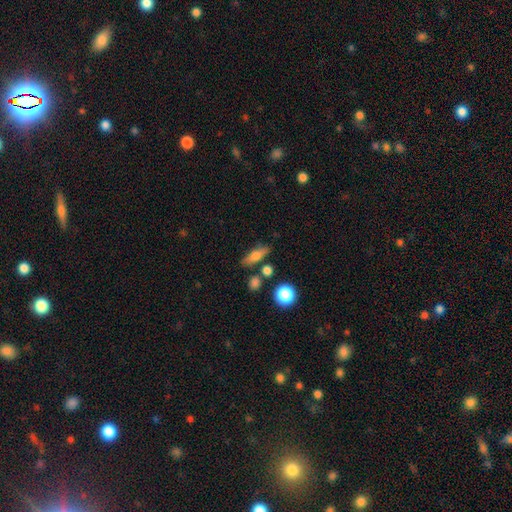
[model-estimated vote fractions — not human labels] A smooth galaxy with no disk features (69%) that is in between round and cigar-shaped (53%). Merging: none (76%).